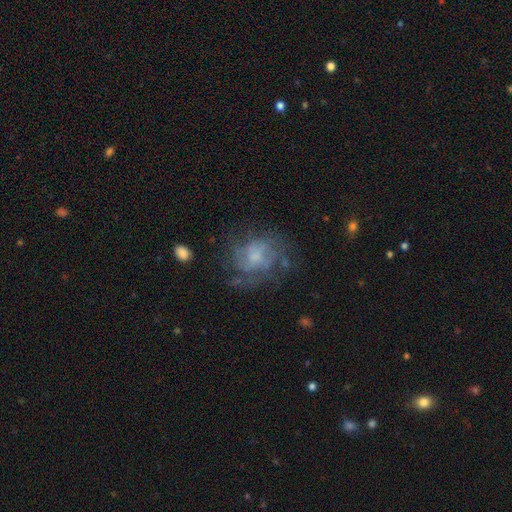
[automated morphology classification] smooth_or_featured: featured or disk (p=0.66) [alt: smooth p=0.23]
disk_edge_on: no (p=0.98) [alt: yes p=0.02]
bar: no (p=0.67) [alt: weak p=0.29]
has_spiral_arms: yes (p=0.77) [alt: no p=0.23]
bulge_size: small (p=0.36) [alt: moderate p=0.31]
merging: none (p=0.56) [alt: major disturbance p=0.21]